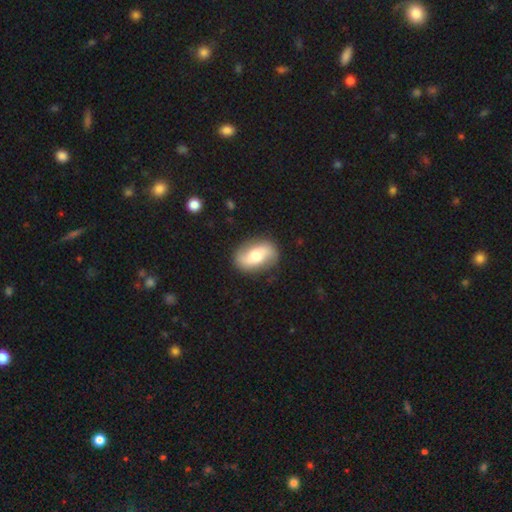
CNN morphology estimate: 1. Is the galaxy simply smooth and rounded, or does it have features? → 60% featured or disk, 34% smooth, 6% star or artifact.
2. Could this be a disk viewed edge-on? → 94% no, 6% yes.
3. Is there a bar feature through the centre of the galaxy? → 43% no, 34% weak, 23% strong.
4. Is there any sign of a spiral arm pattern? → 82% yes, 18% no.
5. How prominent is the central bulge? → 61% moderate, 20% large, 14% small, 3% dominant, 2% none.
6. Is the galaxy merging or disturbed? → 86% none, 10% minor disturbance, 3% major disturbance, 1% merger.